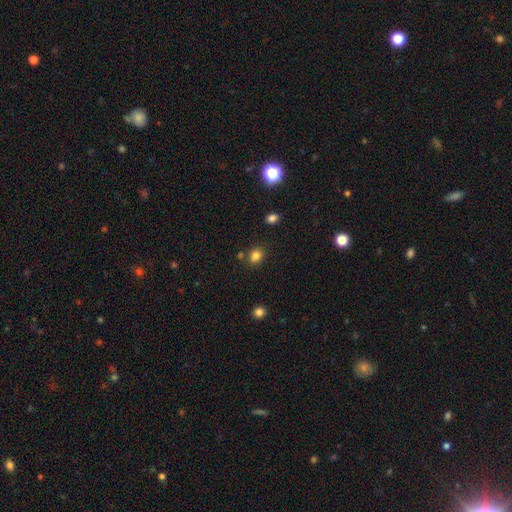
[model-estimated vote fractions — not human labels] Q: Smooth or featured?
A: smooth (82%); runner-up: star or artifact (13%)
Q: How rounded?
A: round (61%); runner-up: in between (38%)
Q: Merging?
A: none (75%); runner-up: minor disturbance (12%)